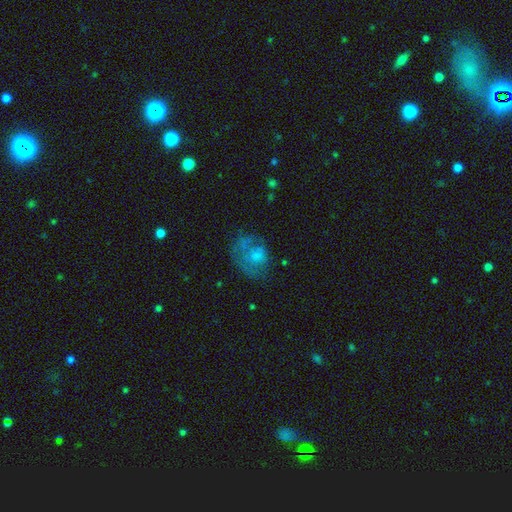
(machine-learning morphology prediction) Smooth or featured? Predicted: featured or disk (p=0.43, tied with smooth). Merging? Predicted: none (p=0.45).